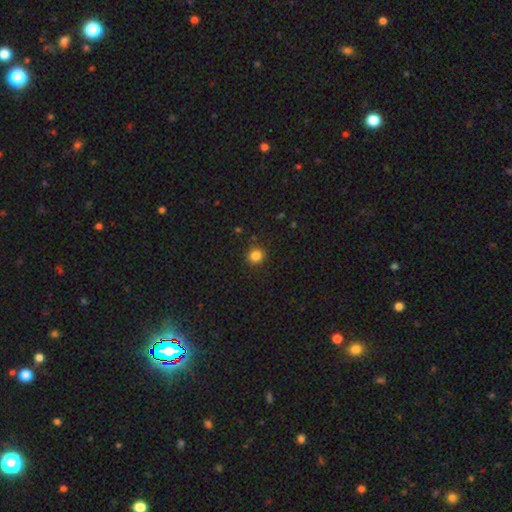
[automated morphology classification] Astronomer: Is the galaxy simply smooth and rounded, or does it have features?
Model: smooth — 84%.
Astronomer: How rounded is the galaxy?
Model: round — 90%.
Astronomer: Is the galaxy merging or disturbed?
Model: none — 90%.